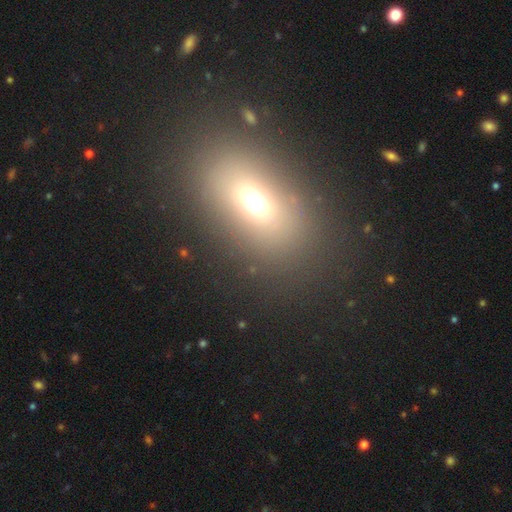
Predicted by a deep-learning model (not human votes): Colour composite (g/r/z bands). It shows a smooth galaxy with no disk features (61%) that is in between round and cigar-shaped (77%). Merging: none (86%).